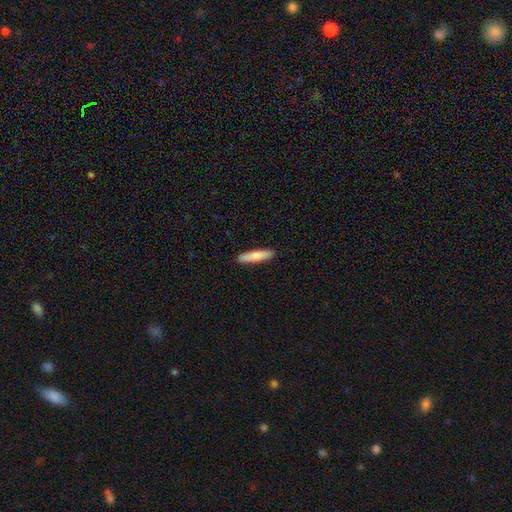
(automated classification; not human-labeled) Smooth or featured?
  - smooth: 77% *
  - featured or disk: 18%
  - star or artifact: 5%
How rounded?
  - cigar-shaped: 85% *
  - in between: 14%
  - round: 1%
Merging?
  - none: 91% *
  - minor disturbance: 6%
  - major disturbance: 1%
  - merger: 1%